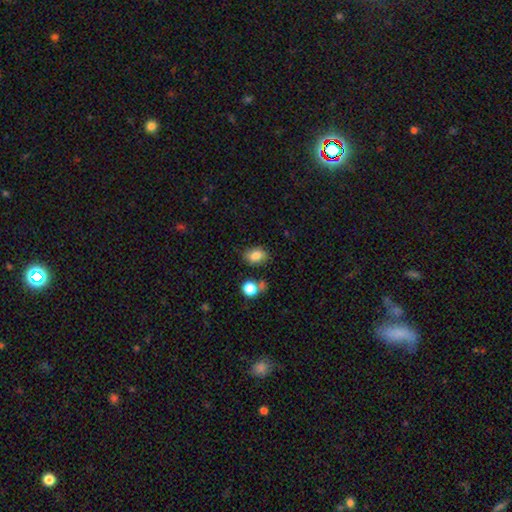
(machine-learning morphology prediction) Smooth or featured?
  - smooth: 82% *
  - star or artifact: 10%
  - featured or disk: 9%
How rounded?
  - in between: 72% *
  - round: 27%
  - cigar-shaped: 1%
Merging?
  - none: 75% *
  - minor disturbance: 15%
  - merger: 6%
  - major disturbance: 4%